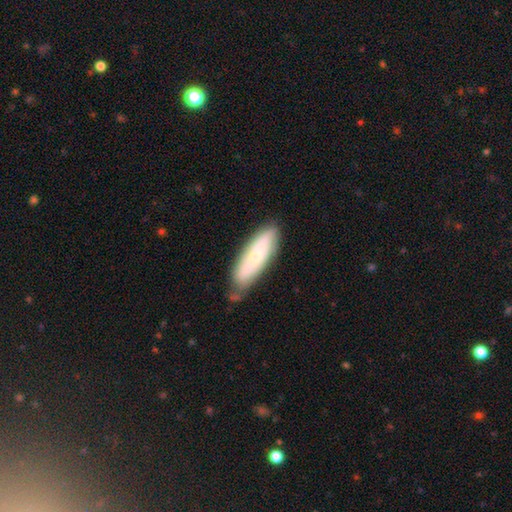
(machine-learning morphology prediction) smooth_or_featured: smooth (p=0.53) [alt: featured or disk p=0.40]
how_rounded: in between (p=0.49) [tied with: cigar-shaped p=0.49]
merging: none (p=0.68) [alt: minor disturbance p=0.24]